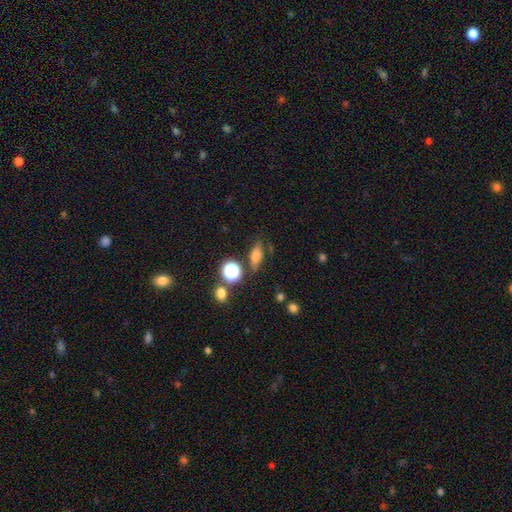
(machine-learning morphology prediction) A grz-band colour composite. It shows a smooth galaxy with no disk features (66%) that is in between round and cigar-shaped (62%). Merging: none (72%).